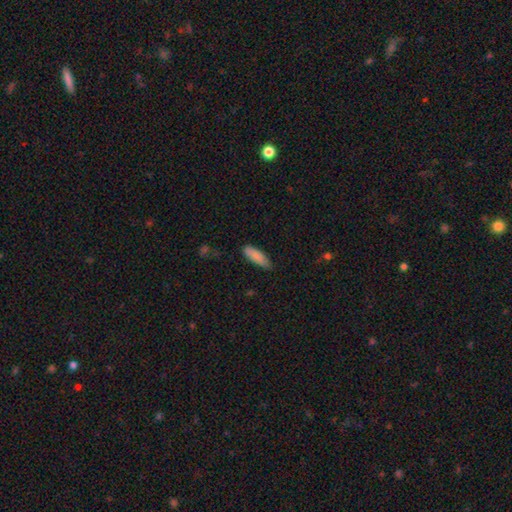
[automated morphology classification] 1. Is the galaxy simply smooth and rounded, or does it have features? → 87% smooth, 7% featured or disk, 6% star or artifact.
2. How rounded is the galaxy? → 54% in between, 44% cigar-shaped, 2% round.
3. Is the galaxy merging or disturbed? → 71% none, 24% minor disturbance, 4% major disturbance, 2% merger.